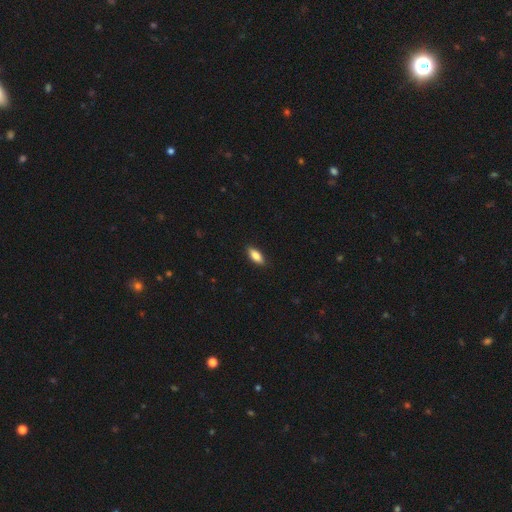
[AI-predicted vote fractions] Smooth or featured? Predicted: smooth (p=0.83). How rounded? Predicted: in between (p=0.79). Merging? Predicted: none (p=0.88).